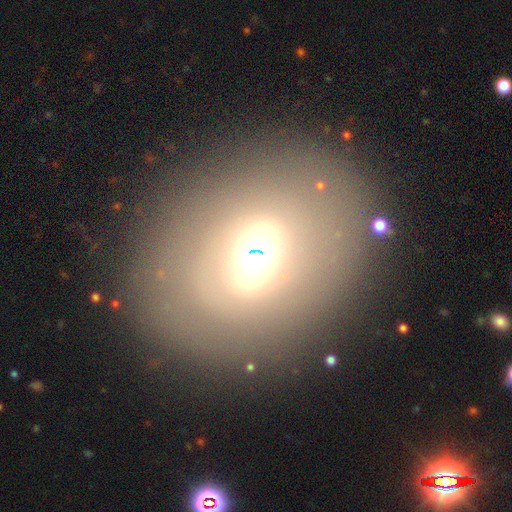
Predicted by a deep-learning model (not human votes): Smooth or featured? Predicted: smooth (p=0.47). Merging? Predicted: none (p=0.79).